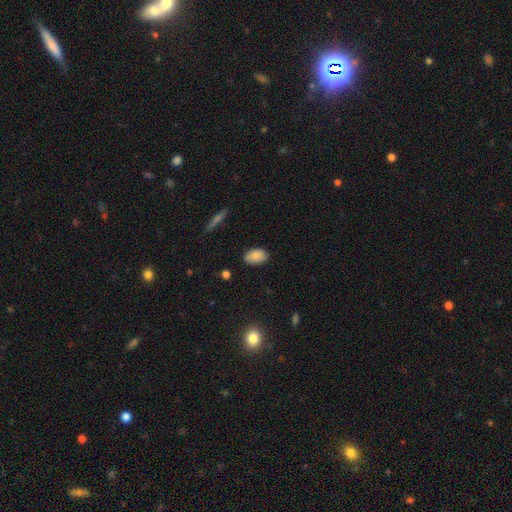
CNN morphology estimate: A smooth galaxy with no disk features (86%) that is in between round and cigar-shaped (91%). Merging: none (84%).